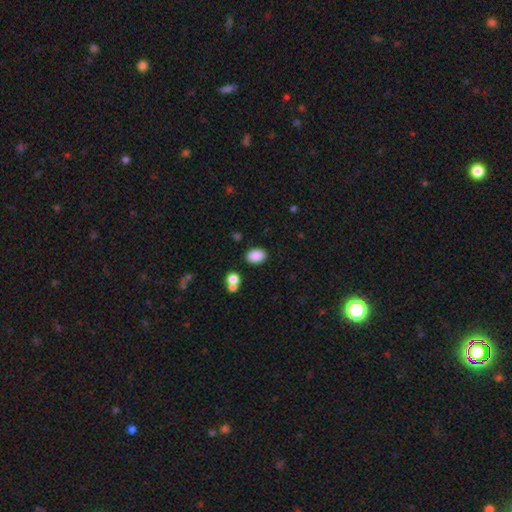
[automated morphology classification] Smooth or featured: smooth — 88% (star or artifact — 9%)
How rounded: in between — 85% (round — 14%)
Merging: none — 84% (minor disturbance — 9%)